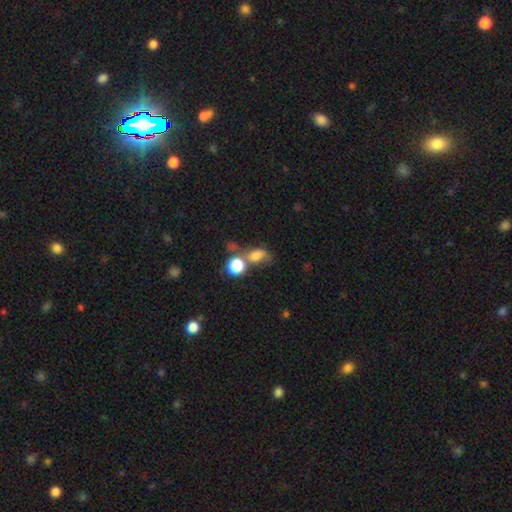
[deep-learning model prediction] Smooth or featured?
  - smooth: 68% *
  - star or artifact: 16%
  - featured or disk: 16%
How rounded?
  - in between: 63% *
  - round: 34%
  - cigar-shaped: 3%
Merging?
  - none: 35% *
  - merger: 34%
  - minor disturbance: 17%
  - major disturbance: 14%